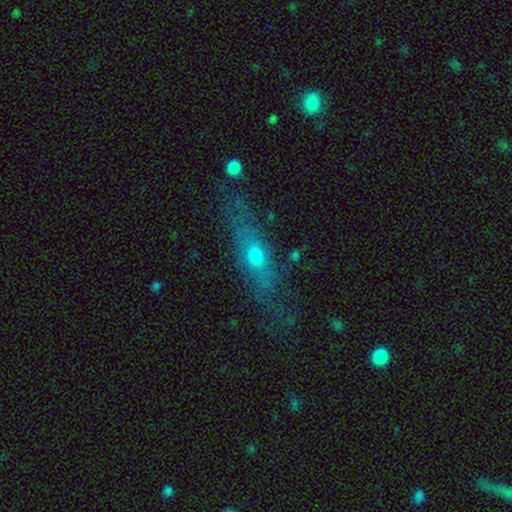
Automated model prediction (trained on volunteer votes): Smooth or featured: featured or disk — 46% (smooth — 43%)
Merging: none — 69% (minor disturbance — 18%)